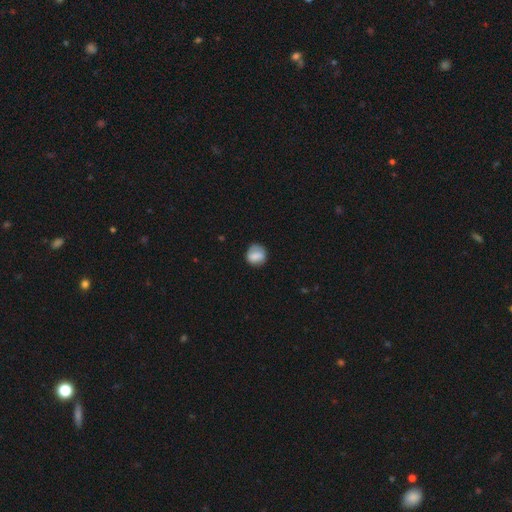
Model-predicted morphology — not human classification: smooth 76%, featured or disk 16%, star or artifact 8%. Down the decision tree: how rounded — round (80%); merging — none (76%).